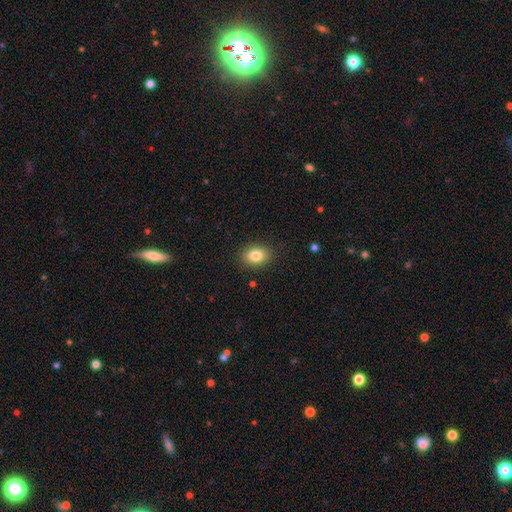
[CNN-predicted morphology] smooth-or-featured: smooth: 82% | star or artifact: 9% | featured or disk: 9%
  how-rounded: in between: 72% | round: 27% | cigar-shaped: 1%
  merging: none: 87% | minor disturbance: 9% | major disturbance: 2% | merger: 1%